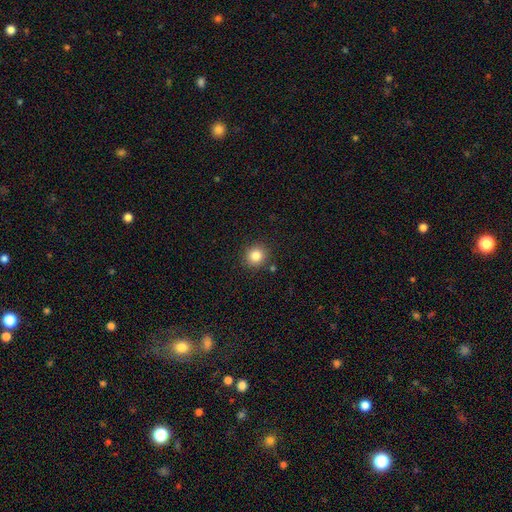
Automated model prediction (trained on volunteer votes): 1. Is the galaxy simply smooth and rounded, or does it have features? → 84% smooth, 11% star or artifact, 5% featured or disk.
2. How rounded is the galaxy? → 90% round, 9% in between, 1% cigar-shaped.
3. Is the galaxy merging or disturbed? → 88% none, 7% minor disturbance, 3% merger, 2% major disturbance.